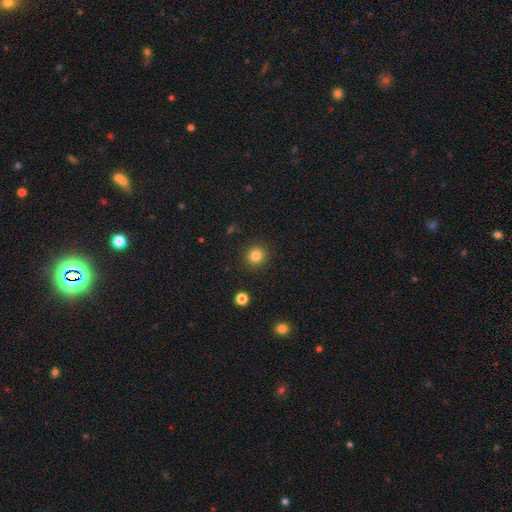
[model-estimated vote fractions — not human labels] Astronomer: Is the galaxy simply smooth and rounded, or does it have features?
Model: smooth — 83%.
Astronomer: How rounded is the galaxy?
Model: round — 90%.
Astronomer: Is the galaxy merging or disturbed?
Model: none — 90%.